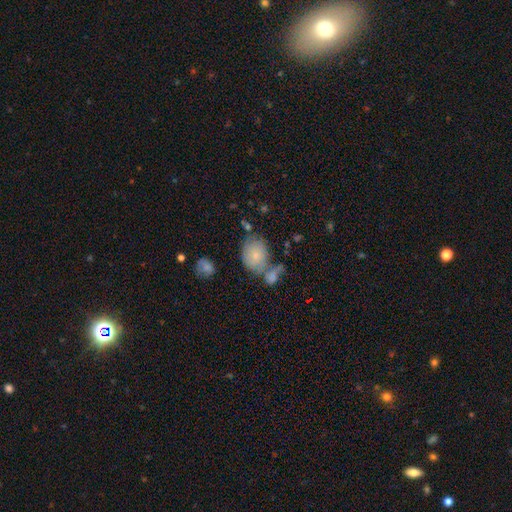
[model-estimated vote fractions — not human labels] Smooth or featured?
  - smooth: 72% *
  - featured or disk: 19%
  - star or artifact: 9%
How rounded?
  - in between: 54% *
  - round: 44%
  - cigar-shaped: 1%
Merging?
  - none: 45% *
  - merger: 30%
  - minor disturbance: 17%
  - major disturbance: 7%